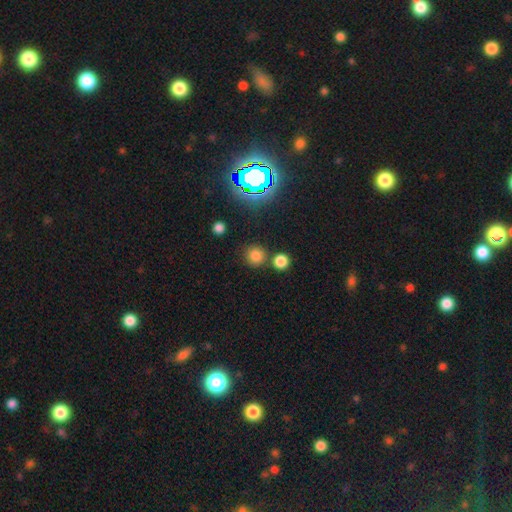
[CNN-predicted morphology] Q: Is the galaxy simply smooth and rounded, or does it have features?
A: smooth — 75%.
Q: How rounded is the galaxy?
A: round — 92%.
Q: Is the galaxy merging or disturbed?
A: none — 77%.